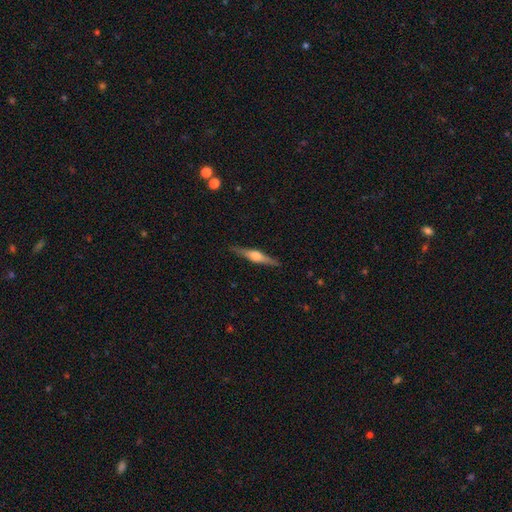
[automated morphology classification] The model was most divided on "smooth or featured": featured or disk: 71%, smooth: 23%, star or artifact: 5%. More confident: edge-on disk — yes (98%); edge-on bulge — rounded (90%); merging — none (89%).